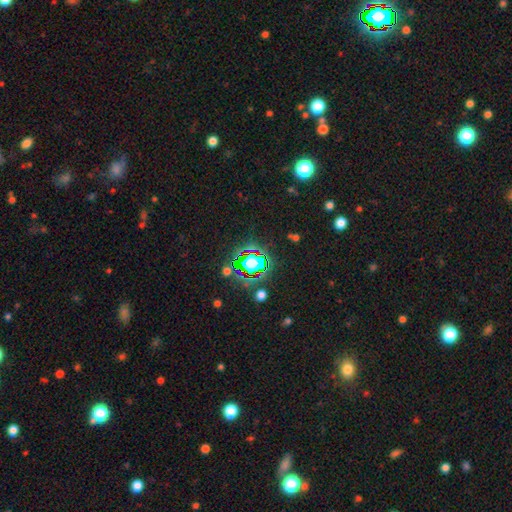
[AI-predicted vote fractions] A star or artifact, not a galaxy (80%).